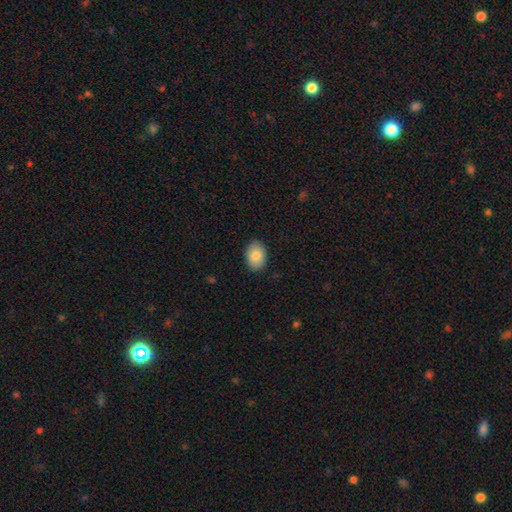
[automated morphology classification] smooth_or_featured: smooth (p=0.84) [alt: featured or disk p=0.09]
how_rounded: in between (p=0.83) [alt: round p=0.16]
merging: none (p=0.89) [alt: minor disturbance p=0.08]